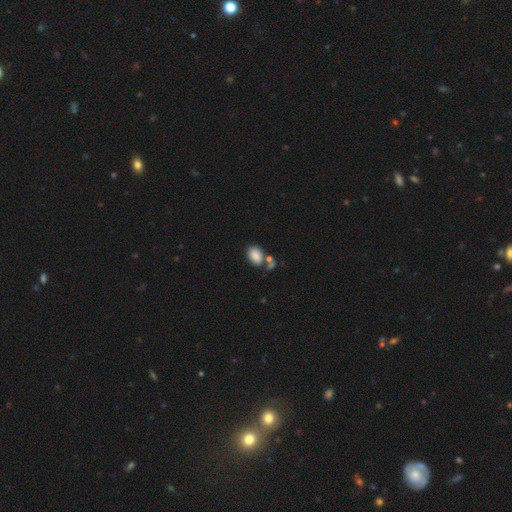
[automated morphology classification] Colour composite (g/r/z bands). It shows a smooth galaxy with no disk features (85%) that is in between round and cigar-shaped (83%). Merging: none (54%).